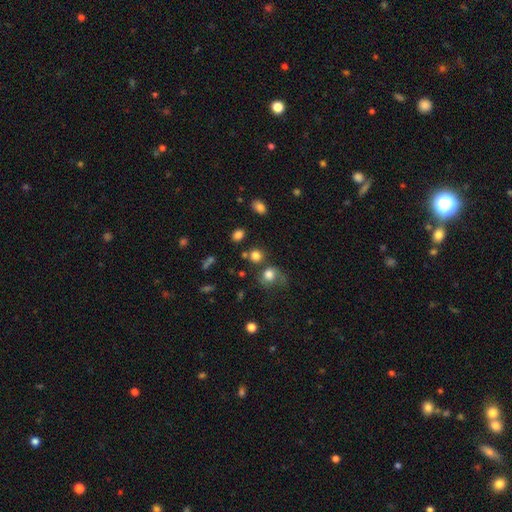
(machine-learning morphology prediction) Q: Smooth or featured?
A: smooth (80%); runner-up: star or artifact (13%)
Q: How rounded?
A: round (79%); runner-up: in between (20%)
Q: Merging?
A: none (64%); runner-up: merger (15%)